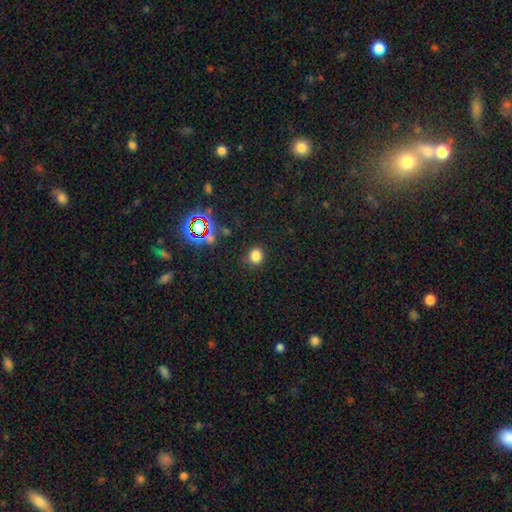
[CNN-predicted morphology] Smooth or featured?
  - smooth: 78% *
  - star or artifact: 18%
  - featured or disk: 5%
How rounded?
  - round: 80% *
  - in between: 19%
  - cigar-shaped: 1%
Merging?
  - none: 85% *
  - minor disturbance: 10%
  - major disturbance: 3%
  - merger: 2%